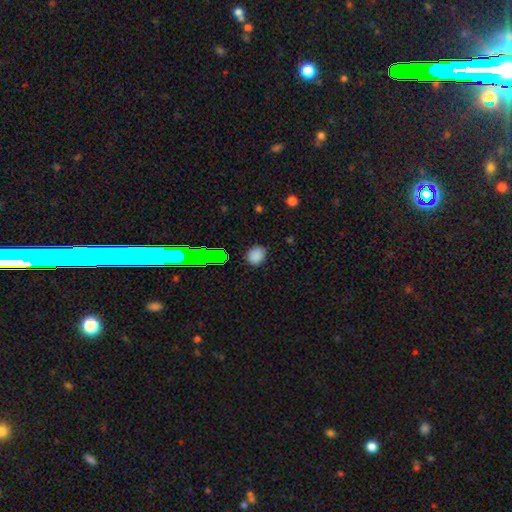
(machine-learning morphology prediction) This appears to be a smooth galaxy with no disk features (81%) that is round (69%). Merging: none (84%).